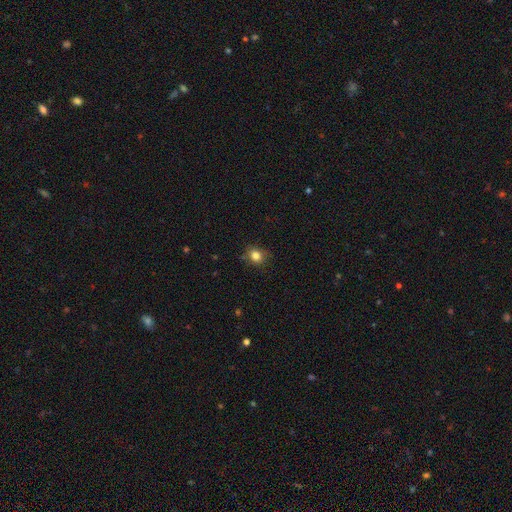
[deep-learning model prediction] Morphology: type=smooth (83%); roundness=round (67%); merging=none (78%).